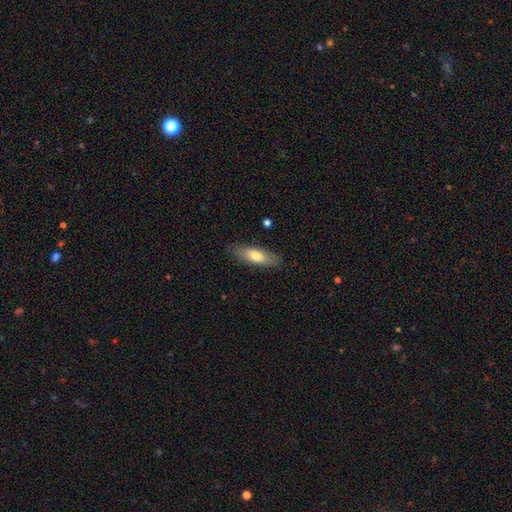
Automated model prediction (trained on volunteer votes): smooth-or-featured: smooth: 73% | featured or disk: 21% | star or artifact: 6%
  how-rounded: in between: 64% | cigar-shaped: 34% | round: 2%
  merging: none: 84% | minor disturbance: 12% | major disturbance: 3% | merger: 1%